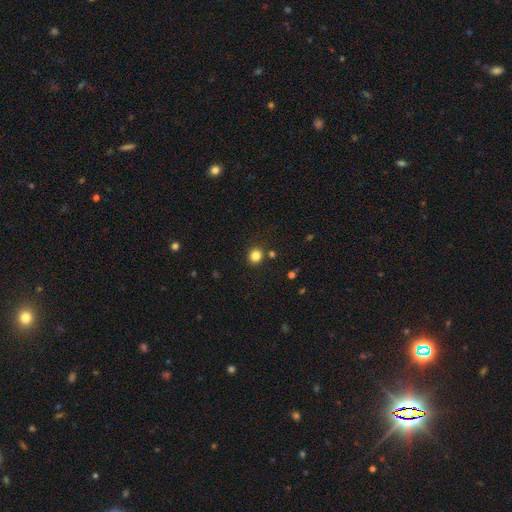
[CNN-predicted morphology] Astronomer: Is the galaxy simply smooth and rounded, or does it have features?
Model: smooth — 83%.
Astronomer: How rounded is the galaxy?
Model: round — 84%.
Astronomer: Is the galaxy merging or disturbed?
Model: none — 87%.